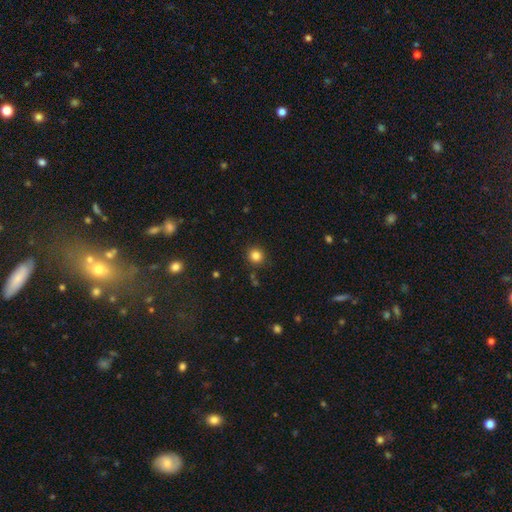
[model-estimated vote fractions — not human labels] Overall: smooth (83%). How rounded: round (91%). Merging: none (88%).